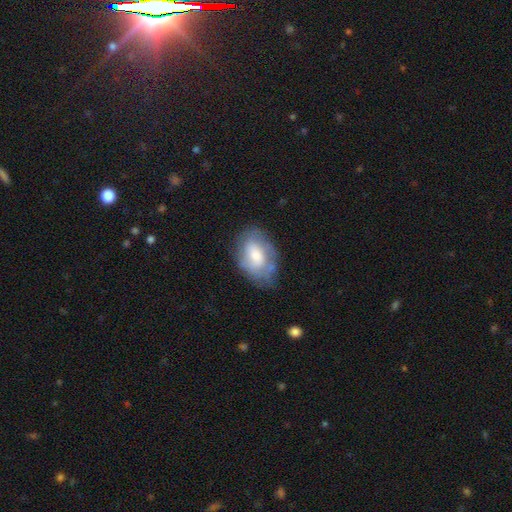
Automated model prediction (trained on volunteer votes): A smooth galaxy with no disk features (56%) that is in between round and cigar-shaped (87%). Merging: none (57%).